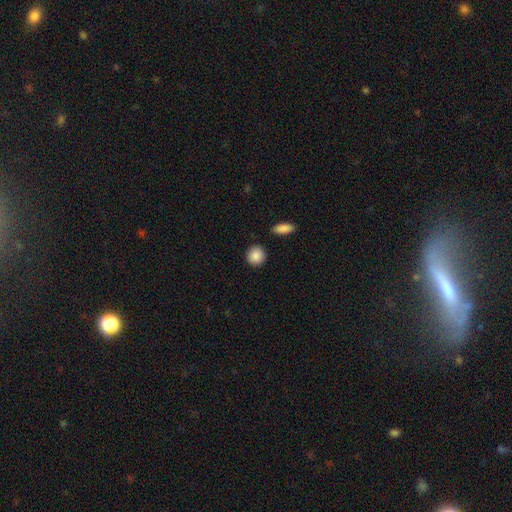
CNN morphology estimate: Smooth or featured: smooth — 89% (star or artifact — 7%)
How rounded: round — 89% (in between — 10%)
Merging: none — 89% (minor disturbance — 7%)